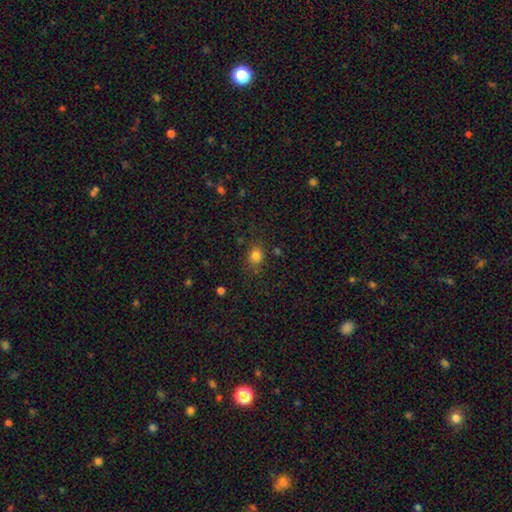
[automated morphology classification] smooth-or-featured: smooth: 80% | star or artifact: 14% | featured or disk: 6%
  how-rounded: round: 61% | in between: 38% | cigar-shaped: 1%
  merging: none: 78% | minor disturbance: 14% | major disturbance: 5% | merger: 4%